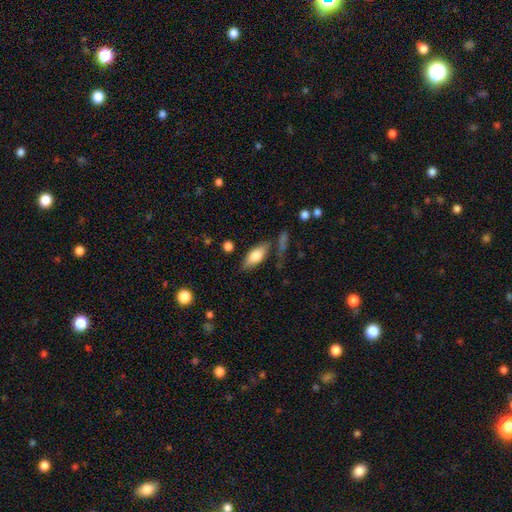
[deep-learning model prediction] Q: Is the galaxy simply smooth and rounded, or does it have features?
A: smooth — 67%.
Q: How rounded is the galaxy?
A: in between — 74%.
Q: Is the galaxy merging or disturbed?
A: none — 68%.